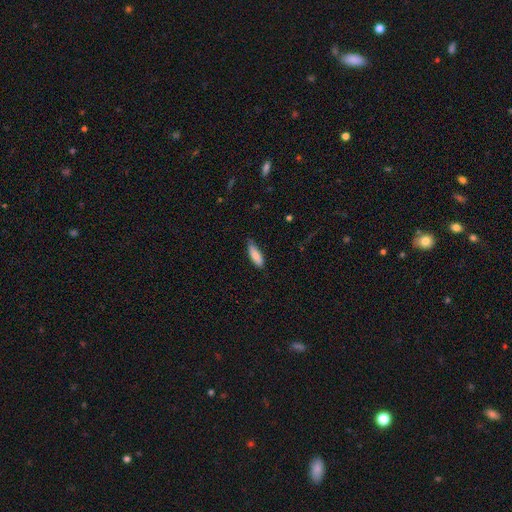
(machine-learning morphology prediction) The model was most divided on "how rounded": in between: 55%, cigar-shaped: 43%, round: 2%. More confident: smooth or featured — smooth (85%); merging — none (75%).